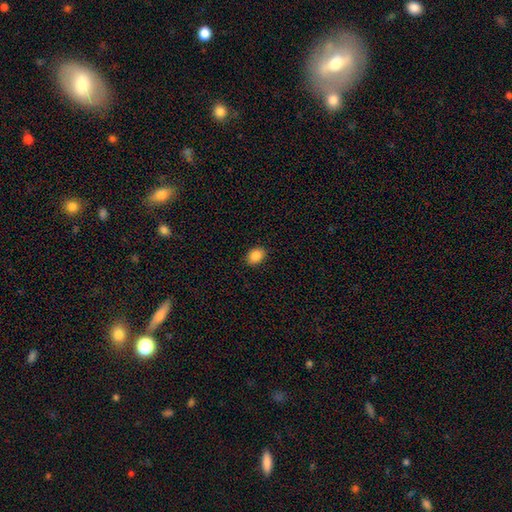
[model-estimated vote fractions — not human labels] Smooth or featured? Predicted: smooth (p=0.87). How rounded? Predicted: in between (p=0.72). Merging? Predicted: none (p=0.90).